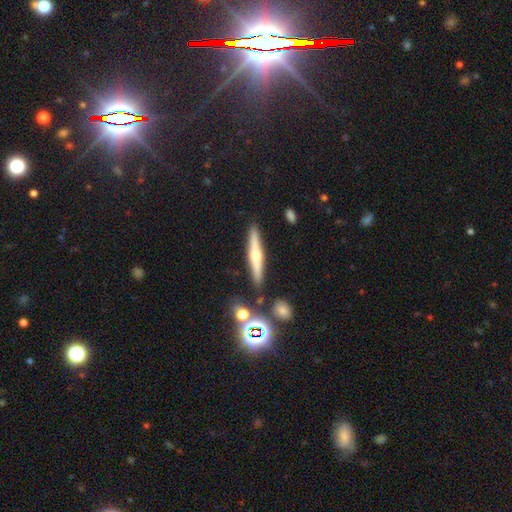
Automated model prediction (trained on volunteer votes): smooth_or_featured: featured or disk (p=0.57) [alt: smooth p=0.35]
disk_edge_on: yes (p=0.96) [alt: no p=0.04]
edge_on_bulge: rounded (p=0.85) [alt: none p=0.09]
merging: none (p=0.88) [alt: minor disturbance p=0.07]